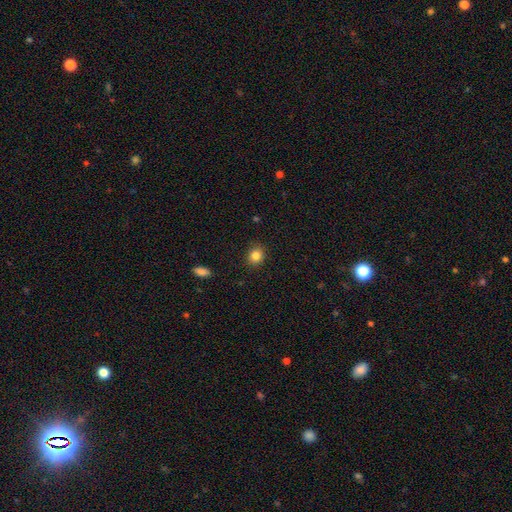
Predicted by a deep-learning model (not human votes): Smooth or featured? smooth (83%)
How rounded? round (71%)
Merging? none (89%)